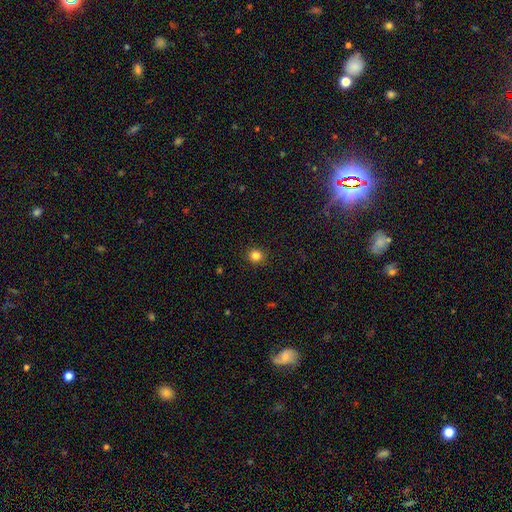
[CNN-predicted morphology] smooth-or-featured: smooth: 83% | star or artifact: 12% | featured or disk: 4%
  how-rounded: round: 91% | in between: 8% | cigar-shaped: 1%
  merging: none: 91% | minor disturbance: 6% | major disturbance: 2% | merger: 1%